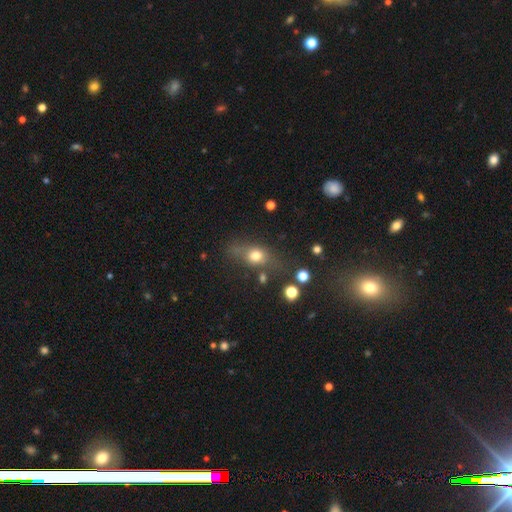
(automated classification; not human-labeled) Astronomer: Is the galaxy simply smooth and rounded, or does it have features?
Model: smooth — 71%.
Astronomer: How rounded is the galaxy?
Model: in between — 53% (runner-up: round, 38%).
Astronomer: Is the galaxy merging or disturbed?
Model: none — 60%.